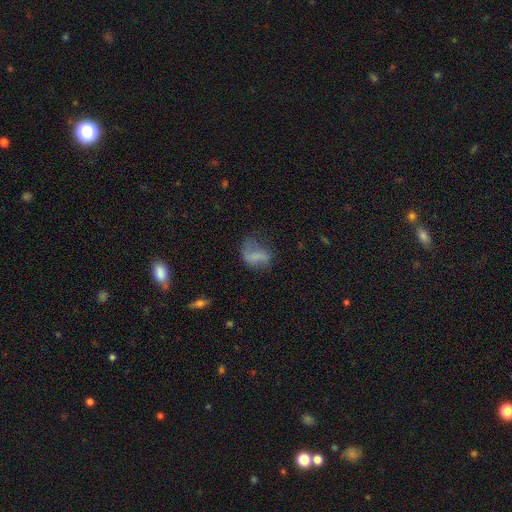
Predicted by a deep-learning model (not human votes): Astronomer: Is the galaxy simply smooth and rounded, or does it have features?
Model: smooth — 53% (runner-up: featured or disk, 35%).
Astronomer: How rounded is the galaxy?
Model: in between — 75%.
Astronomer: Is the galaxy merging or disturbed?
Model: none — 38% (runner-up: major disturbance, 31%).